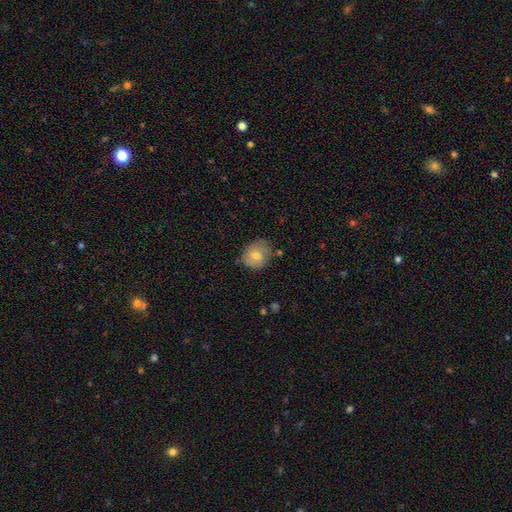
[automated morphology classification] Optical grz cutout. It shows a smooth galaxy with no disk features (53%) that is round (67%). Merging: none (67%).